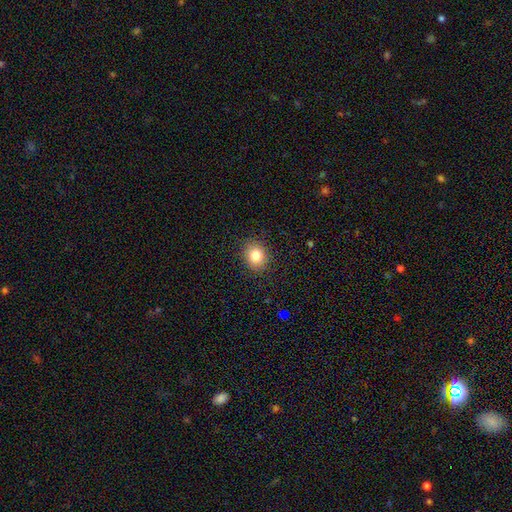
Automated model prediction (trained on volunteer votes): This is clearly a smooth galaxy (83%). How rounded: likely round (69%). Merging: clearly none (88%).